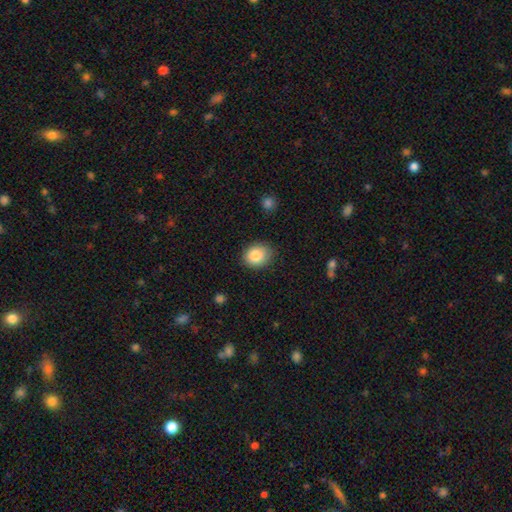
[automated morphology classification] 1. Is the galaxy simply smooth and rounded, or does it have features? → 84% smooth, 9% star or artifact, 7% featured or disk.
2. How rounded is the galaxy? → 65% round, 34% in between, 1% cigar-shaped.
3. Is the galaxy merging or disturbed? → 84% none, 12% minor disturbance, 3% major disturbance, 1% merger.